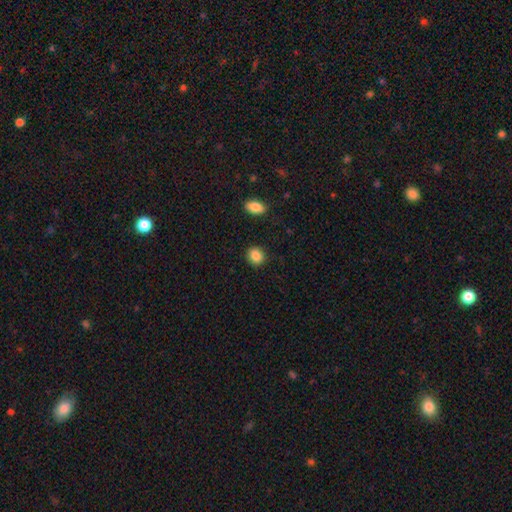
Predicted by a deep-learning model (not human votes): A smooth galaxy with no disk features (87%) that is round (68%).

Vote fractions:
- Smooth or featured? smooth: 87% / star or artifact: 9% / featured or disk: 4%
- How rounded? round: 68% / in between: 31% / cigar-shaped: 1%
- Merging? none: 89% / minor disturbance: 7% / major disturbance: 2% / merger: 2%